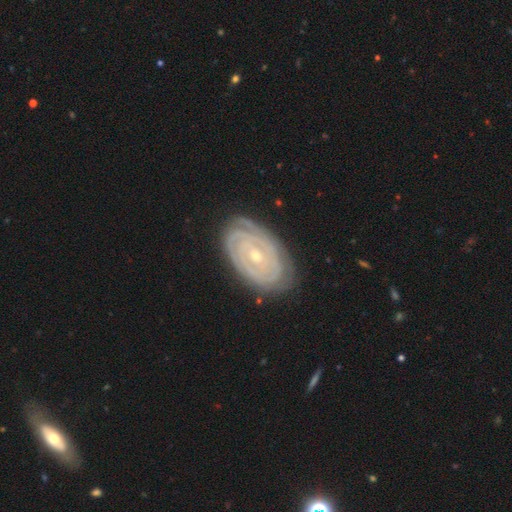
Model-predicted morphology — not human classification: Smooth or featured: featured or disk — 85% (smooth — 9%)
Edge-on disk: no — 95% (yes — 5%)
Bar: no — 66% (weak — 24%)
Spiral arms: yes — 94% (no — 6%)
Spiral winding: tight — 87% (medium — 10%)
Spiral arm count: can't tell — 36% (2 — 27%)
Bulge size: small — 61% (moderate — 36%)
Merging: none — 80% (minor disturbance — 15%)